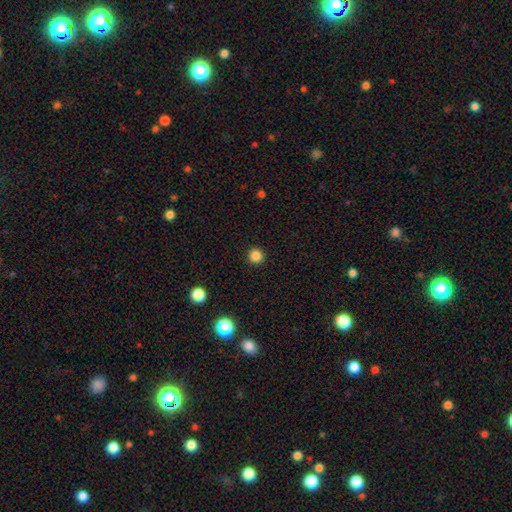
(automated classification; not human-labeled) Smooth or featured? smooth (84%)
How rounded? round (95%)
Merging? none (93%)